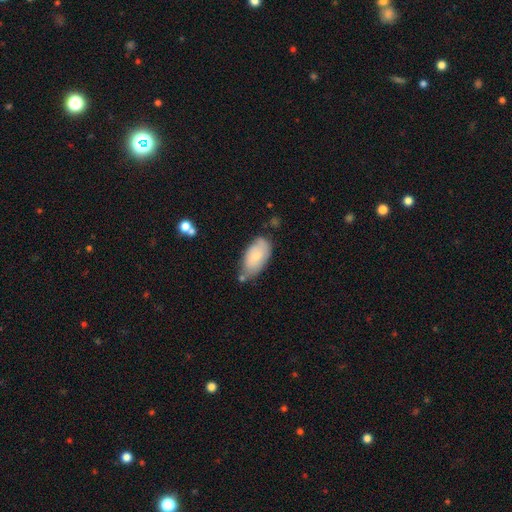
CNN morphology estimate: type=smooth (72%); roundness=in between (94%); merging=none (56%).